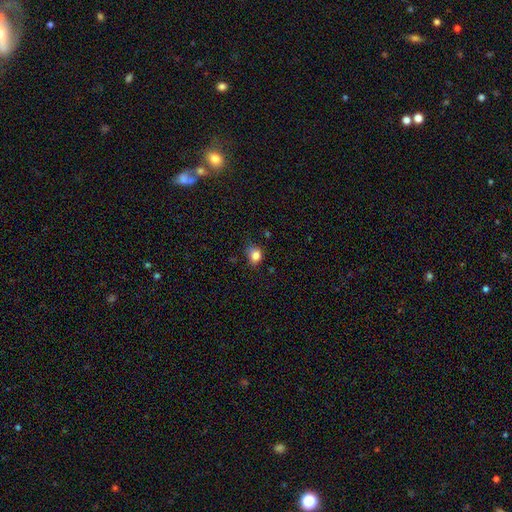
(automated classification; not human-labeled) This is clearly a smooth galaxy (82%). How rounded: possibly round (52%). Merging: likely none (62%).